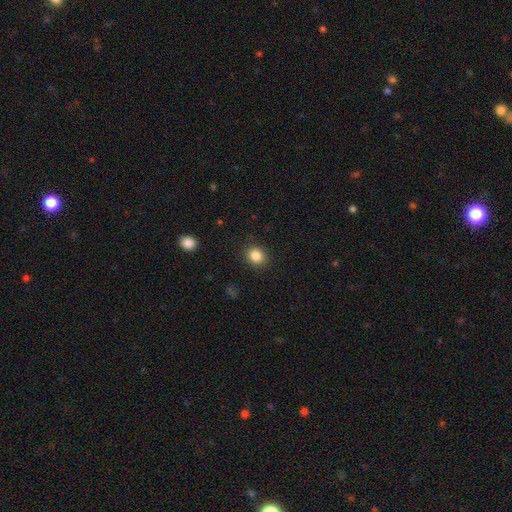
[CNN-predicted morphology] smooth_or_featured: smooth (p=0.85) [alt: star or artifact p=0.10]
how_rounded: round (p=0.69) [alt: in between p=0.31]
merging: none (p=0.90) [alt: minor disturbance p=0.07]